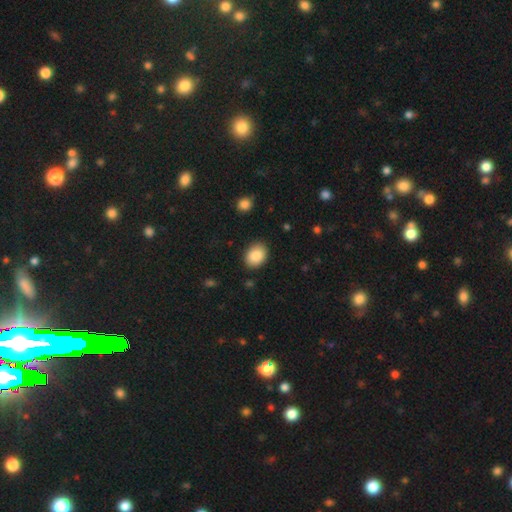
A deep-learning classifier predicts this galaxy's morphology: Smooth or featured? smooth (88%)
How rounded? in between (68%)
Merging? none (86%)